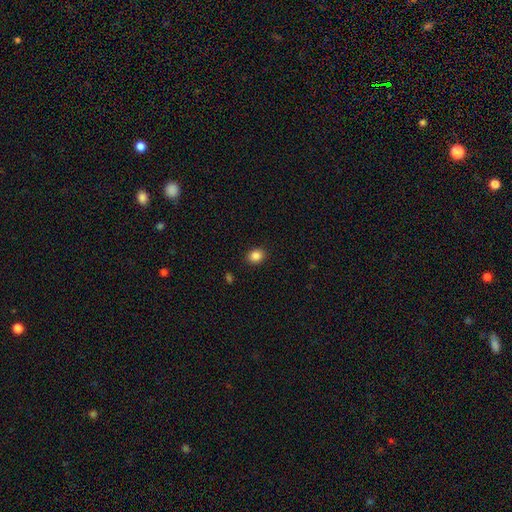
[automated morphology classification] Q: Smooth or featured?
A: smooth (86%); runner-up: star or artifact (10%)
Q: How rounded?
A: round (60%); runner-up: in between (39%)
Q: Merging?
A: none (90%); runner-up: minor disturbance (7%)